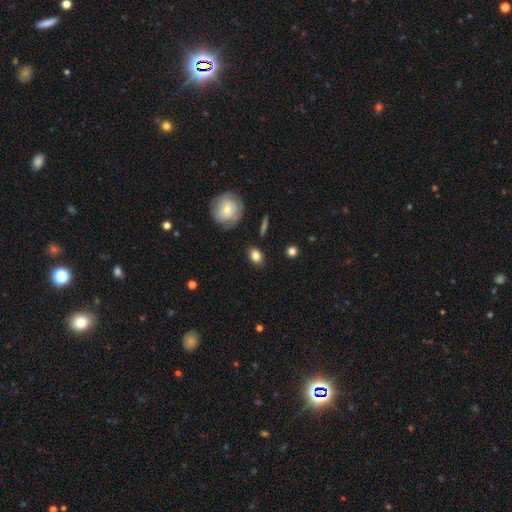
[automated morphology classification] Smooth or featured? Predicted: smooth (p=0.80). How rounded? Predicted: in between (p=0.70). Merging? Predicted: none (p=0.82).